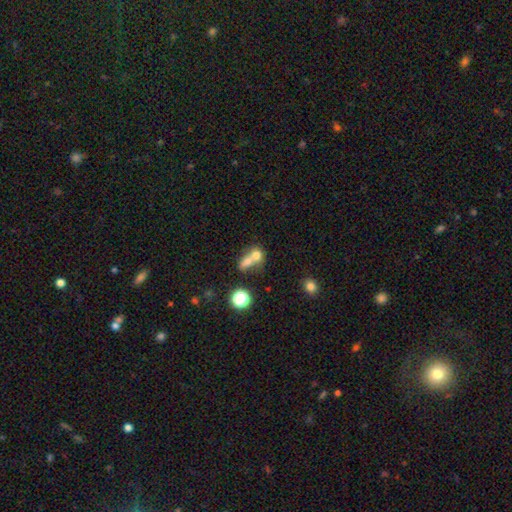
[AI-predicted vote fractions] smooth-or-featured: smooth: 68% | featured or disk: 18% | star or artifact: 14%
  how-rounded: round: 60% | in between: 38% | cigar-shaped: 2%
  merging: merger: 69% | none: 22% | minor disturbance: 6% | major disturbance: 4%